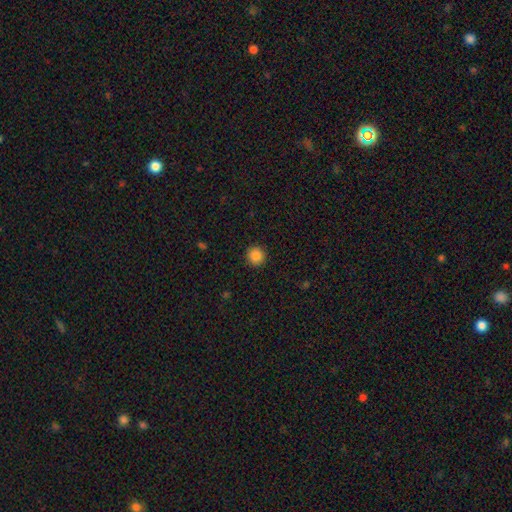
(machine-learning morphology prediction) smooth 87%, star or artifact 10%, featured or disk 3%. Down the decision tree: how rounded — round (94%); merging — none (92%).